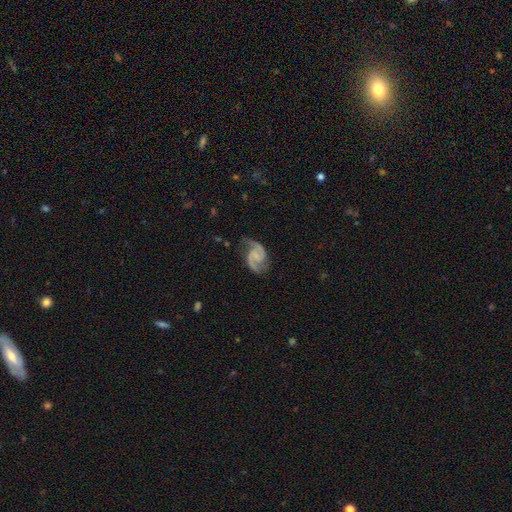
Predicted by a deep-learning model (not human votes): Smooth or featured?
  - featured or disk: 90% *
  - smooth: 5%
  - star or artifact: 5%
Edge-on disk?
  - no: 98% *
  - yes: 2%
Bar?
  - no: 51% *
  - weak: 39%
  - strong: 10%
Spiral arms?
  - yes: 98% *
  - no: 2%
Spiral winding?
  - medium: 56% *
  - loose: 26%
  - tight: 18%
Spiral arm count?
  - 2: 93% *
  - can't tell: 2%
  - 1: 2%
  - 3: 1%
  - 4: 1%
  - more than 4: 1%
Bulge size?
  - none: 44% *
  - small: 42%
  - moderate: 11%
  - large: 1%
  - dominant: 1%
Merging?
  - none: 71% *
  - minor disturbance: 18%
  - major disturbance: 9%
  - merger: 2%